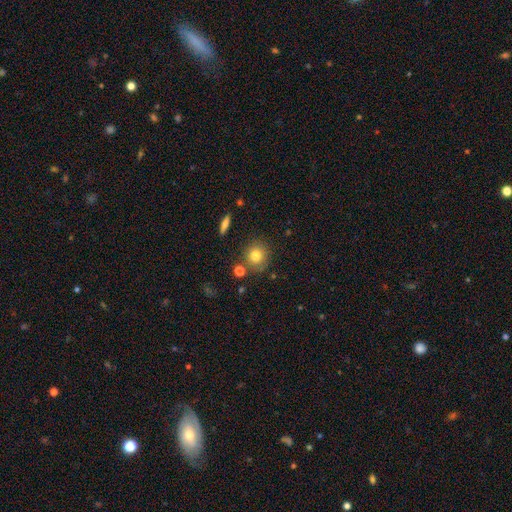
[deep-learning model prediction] Smooth or featured? smooth (78%)
How rounded? round (86%)
Merging? none (78%)